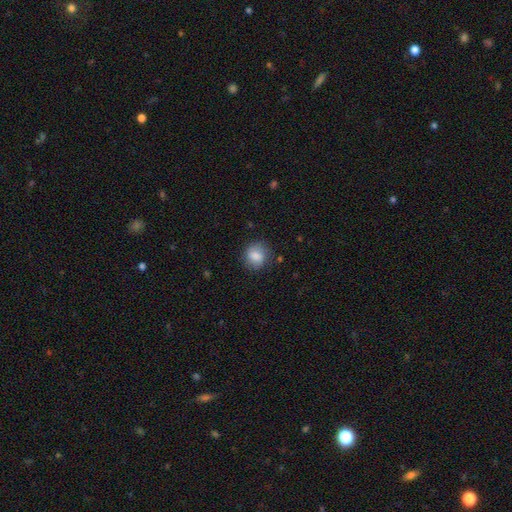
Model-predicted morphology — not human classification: Smooth or featured: smooth — 84% (star or artifact — 8%)
How rounded: round — 77% (in between — 22%)
Merging: none — 79% (minor disturbance — 15%)